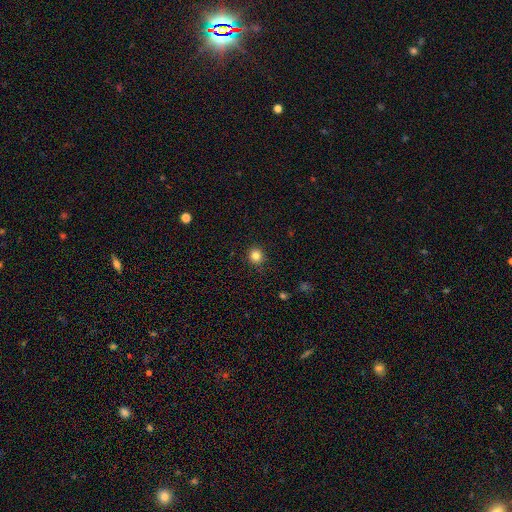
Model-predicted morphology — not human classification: The model was most divided on "smooth or featured": smooth: 84%, star or artifact: 12%, featured or disk: 4%. More confident: how rounded — round (93%); merging — none (91%).